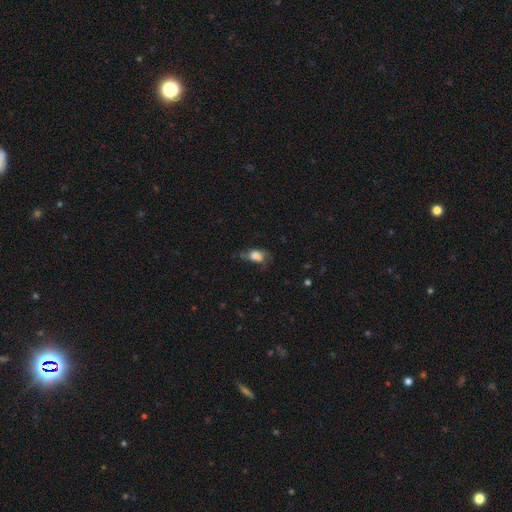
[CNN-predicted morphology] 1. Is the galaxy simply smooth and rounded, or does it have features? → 62% smooth, 26% featured or disk, 11% star or artifact.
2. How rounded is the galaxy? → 81% in between, 16% round, 4% cigar-shaped.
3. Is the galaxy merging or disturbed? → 39% none, 30% major disturbance, 29% minor disturbance, 3% merger.